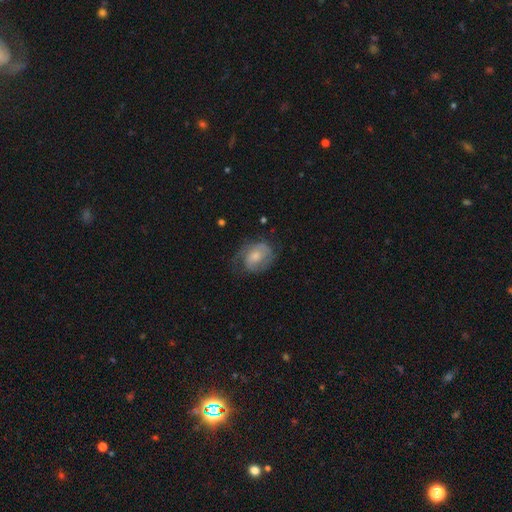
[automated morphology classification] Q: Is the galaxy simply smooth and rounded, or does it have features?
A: featured or disk — 48%.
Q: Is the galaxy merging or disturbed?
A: none — 49%.